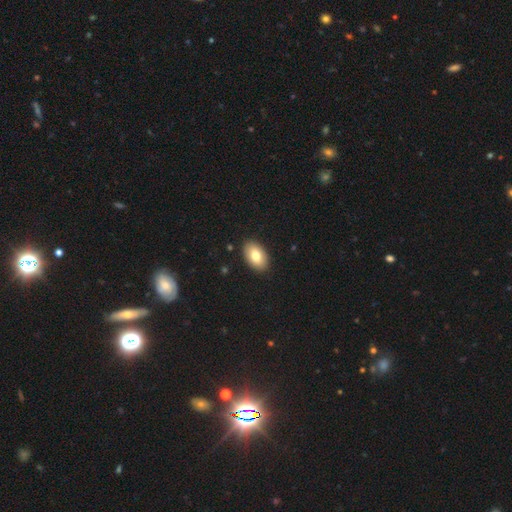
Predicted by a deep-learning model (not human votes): A smooth galaxy with no disk features (80%) that is in between round and cigar-shaped (93%).

Vote fractions:
- Smooth or featured? smooth: 80% / featured or disk: 14% / star or artifact: 7%
- How rounded? in between: 93% / round: 6% / cigar-shaped: 1%
- Merging? none: 90% / minor disturbance: 7% / major disturbance: 2% / merger: 1%